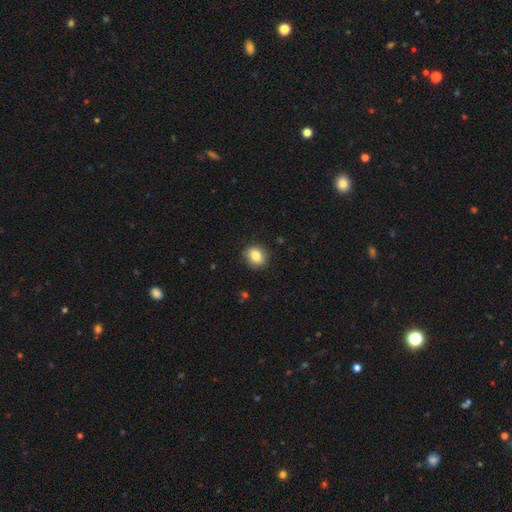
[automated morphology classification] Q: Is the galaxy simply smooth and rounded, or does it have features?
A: smooth — 84%.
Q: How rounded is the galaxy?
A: round — 67%.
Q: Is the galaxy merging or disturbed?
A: none — 89%.